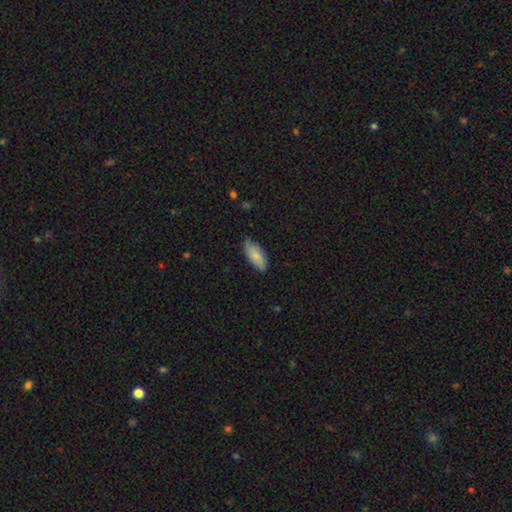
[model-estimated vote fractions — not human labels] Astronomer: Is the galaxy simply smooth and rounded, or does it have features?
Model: smooth — 76%.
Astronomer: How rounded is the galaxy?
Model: in between — 84%.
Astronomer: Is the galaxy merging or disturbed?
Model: none — 74%.